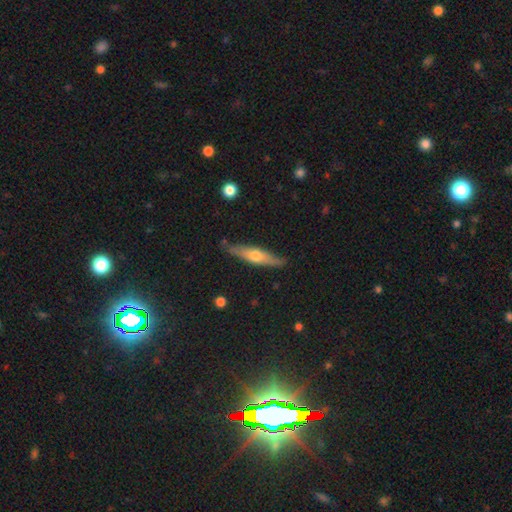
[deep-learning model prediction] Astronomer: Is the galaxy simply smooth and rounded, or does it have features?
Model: featured or disk — 50% (runner-up: smooth, 44%).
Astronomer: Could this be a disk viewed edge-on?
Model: yes — 86%.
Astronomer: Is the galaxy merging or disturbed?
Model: none — 82%.